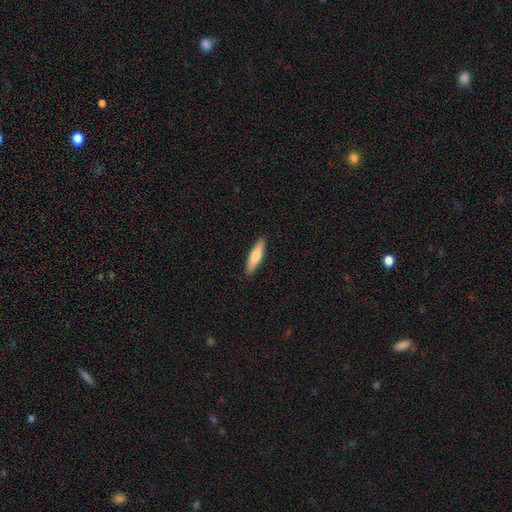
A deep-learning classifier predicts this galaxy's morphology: smooth 69%, featured or disk 26%, star or artifact 5%. Down the decision tree: how rounded — cigar-shaped (76%); merging — none (90%).